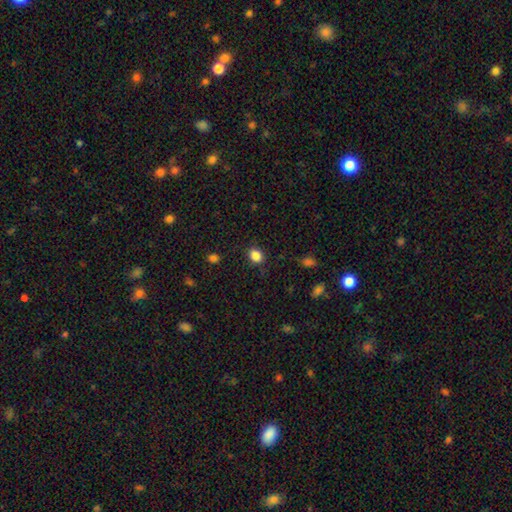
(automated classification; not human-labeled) smooth 86%, star or artifact 10%, featured or disk 4%. Down the decision tree: how rounded — in between (54%); merging — none (84%).